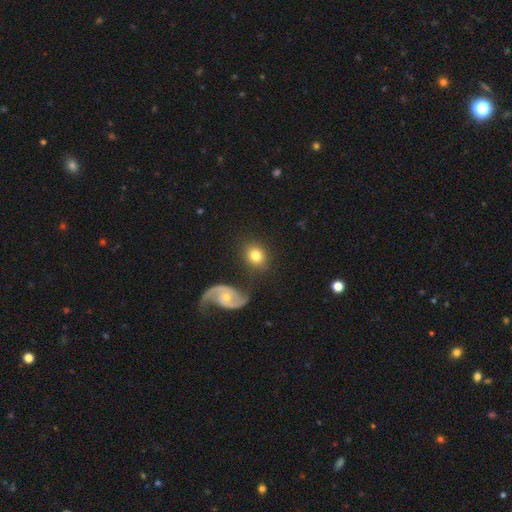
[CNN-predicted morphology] Smooth or featured: smooth — 72% (featured or disk — 20%)
How rounded: round — 59% (in between — 39%)
Merging: none — 76% (minor disturbance — 11%)